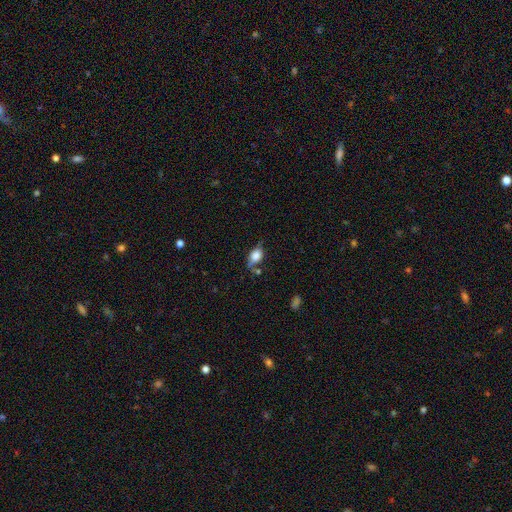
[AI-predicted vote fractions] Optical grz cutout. It shows a smooth galaxy with no disk features (67%) that is in between round and cigar-shaped (75%). Merging: none (51%).